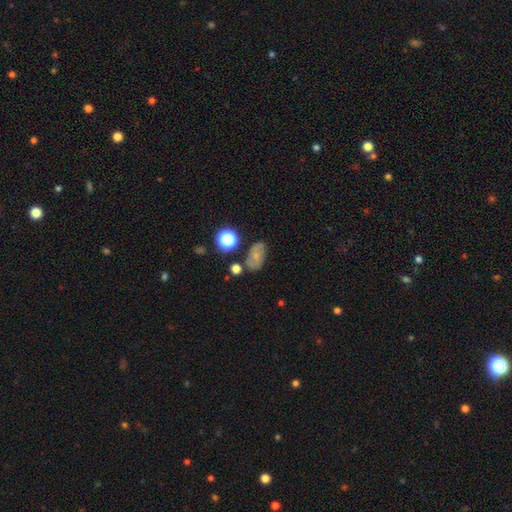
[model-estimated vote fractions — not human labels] Q: Smooth or featured?
A: smooth (44%); runner-up: featured or disk (38%)
Q: Merging?
A: none (68%); runner-up: minor disturbance (19%)